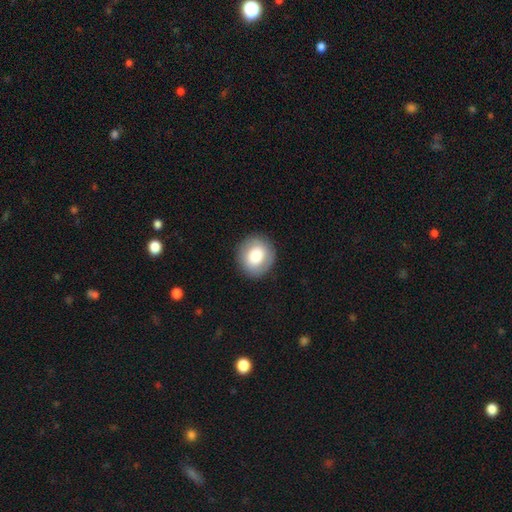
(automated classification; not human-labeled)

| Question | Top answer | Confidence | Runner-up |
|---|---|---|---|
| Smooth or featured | smooth | 75% | featured or disk (17%) |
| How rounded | round | 80% | in between (19%) |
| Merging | none | 88% | minor disturbance (8%) |